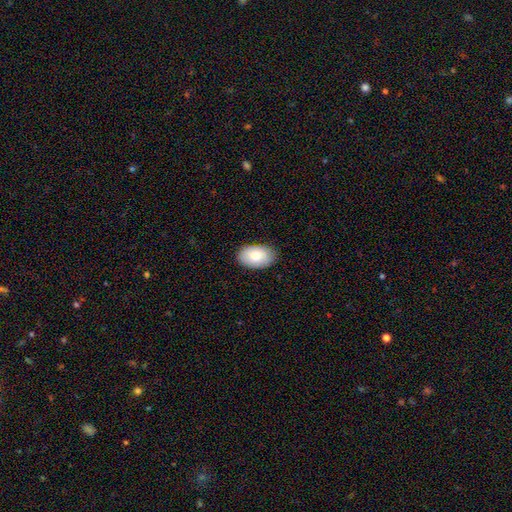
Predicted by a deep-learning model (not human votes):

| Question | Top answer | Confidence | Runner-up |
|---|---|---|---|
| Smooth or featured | smooth | 81% | featured or disk (13%) |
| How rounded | in between | 93% | round (6%) |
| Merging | none | 84% | minor disturbance (12%) |